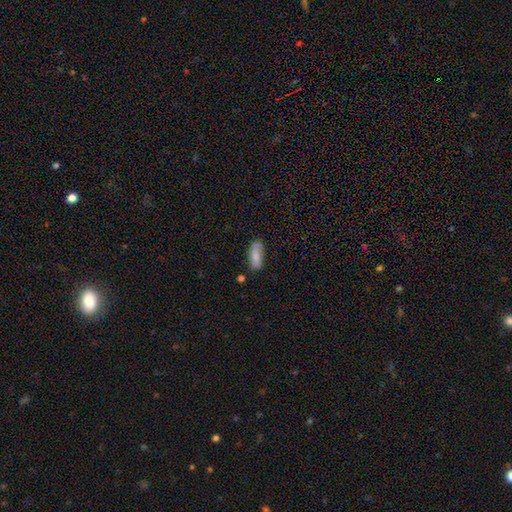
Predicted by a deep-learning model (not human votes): Q: Smooth or featured?
A: smooth (69%); runner-up: featured or disk (24%)
Q: How rounded?
A: in between (74%); runner-up: cigar-shaped (23%)
Q: Merging?
A: none (72%); runner-up: minor disturbance (20%)